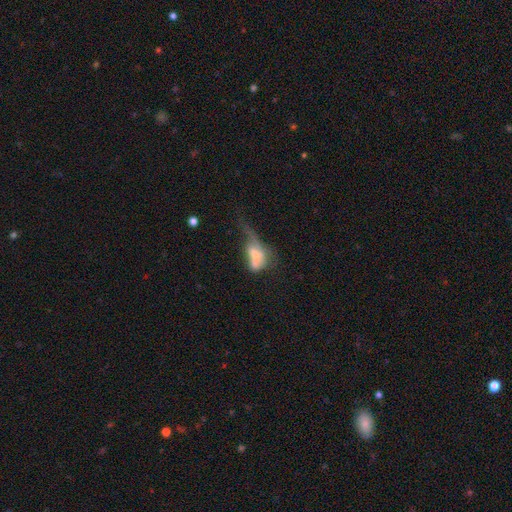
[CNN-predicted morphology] Smooth or featured?
  - smooth: 51% *
  - featured or disk: 39%
  - star or artifact: 10%
How rounded?
  - in between: 74% *
  - round: 15%
  - cigar-shaped: 11%
Merging?
  - merger: 38% *
  - major disturbance: 33%
  - none: 15%
  - minor disturbance: 14%